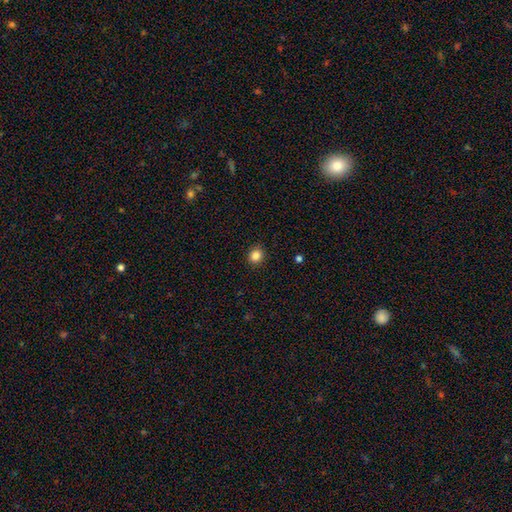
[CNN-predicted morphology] Overall: smooth (85%). How rounded: round (79%). Merging: none (90%).